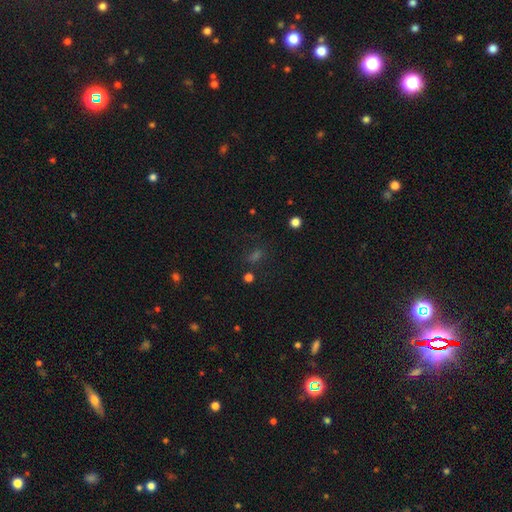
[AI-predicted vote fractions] smooth_or_featured: smooth (p=0.46) [alt: star or artifact p=0.42]
merging: none (p=0.71) [alt: minor disturbance p=0.15]